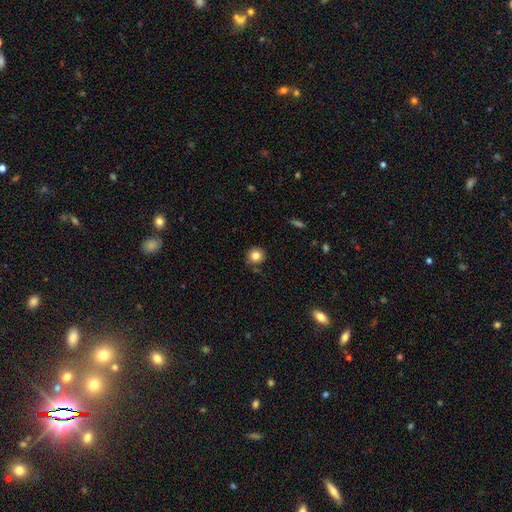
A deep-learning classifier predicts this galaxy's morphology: Overall: smooth (82%). How rounded: round (93%). Merging: none (84%).